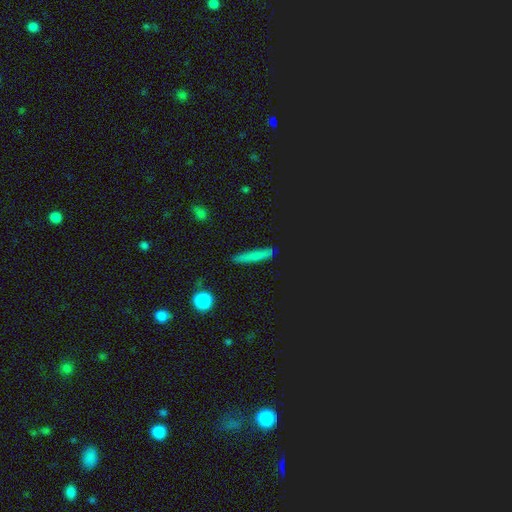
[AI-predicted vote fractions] Smooth or featured: smooth — 68% (star or artifact — 18%)
How rounded: cigar-shaped — 89% (in between — 7%)
Merging: none — 85% (minor disturbance — 11%)